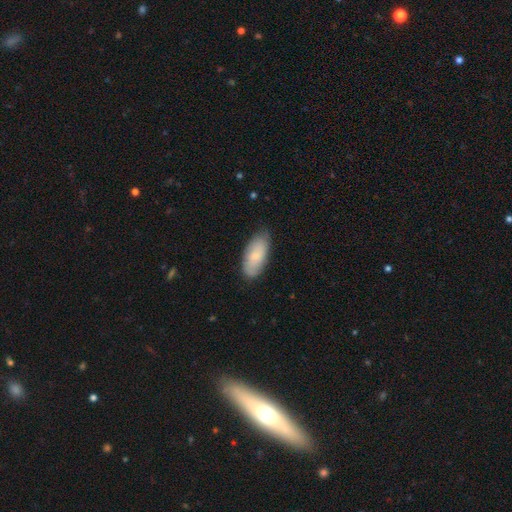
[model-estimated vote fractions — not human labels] Smooth or featured? smooth (73%)
How rounded? in between (89%)
Merging? none (75%)